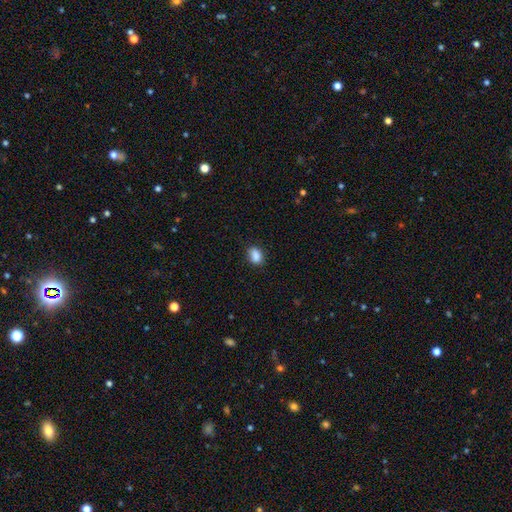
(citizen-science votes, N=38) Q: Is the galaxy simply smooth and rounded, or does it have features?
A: smooth — 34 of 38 (89%).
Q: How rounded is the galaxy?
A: in between — 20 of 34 (59%).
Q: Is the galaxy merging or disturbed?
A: none — 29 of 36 (81%).